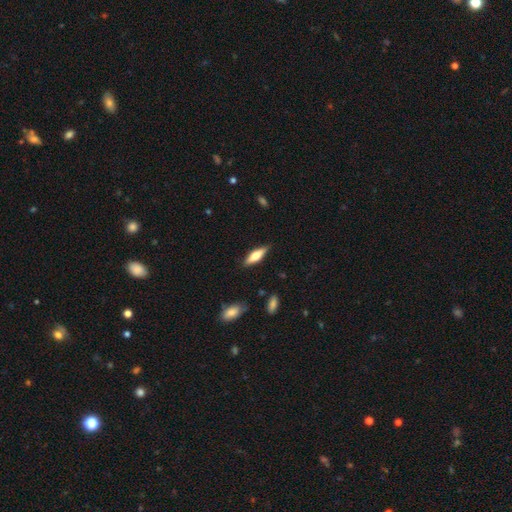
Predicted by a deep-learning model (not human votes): This appears to be a smooth galaxy with no disk features (59%) that is cigar-shaped (52%). Merging: none (86%).